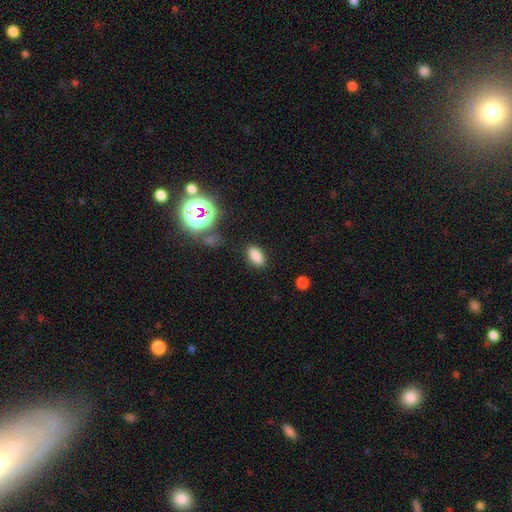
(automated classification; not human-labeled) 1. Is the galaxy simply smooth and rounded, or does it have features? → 81% smooth, 13% star or artifact, 5% featured or disk.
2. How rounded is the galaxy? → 90% in between, 6% round, 4% cigar-shaped.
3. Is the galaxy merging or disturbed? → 85% none, 10% minor disturbance, 3% major disturbance, 2% merger.